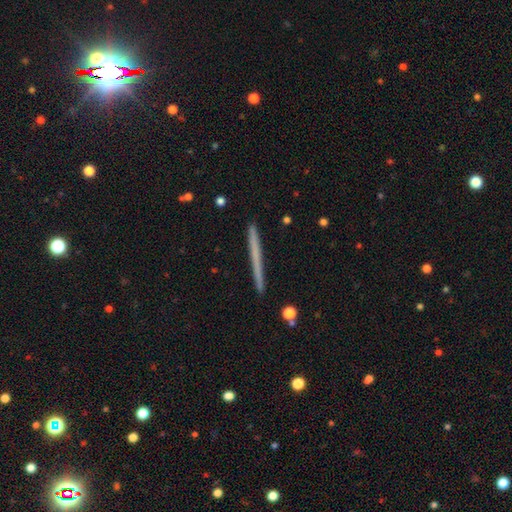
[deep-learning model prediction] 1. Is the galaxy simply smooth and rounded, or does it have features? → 47% featured or disk, 45% smooth, 8% star or artifact.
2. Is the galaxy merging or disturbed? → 90% none, 7% minor disturbance, 1% major disturbance, 1% merger.